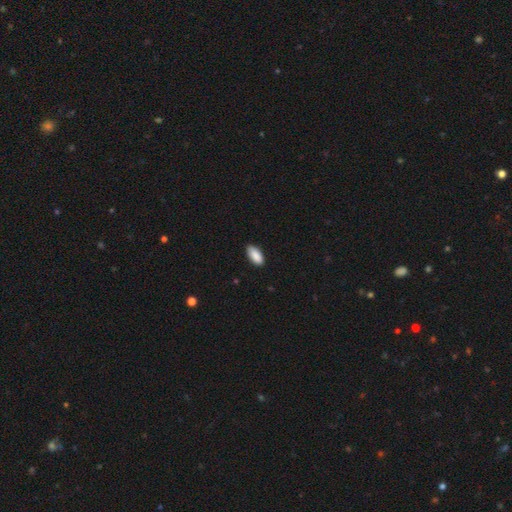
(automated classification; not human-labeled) The model was most divided on "merging": none: 86%, minor disturbance: 11%, major disturbance: 2%, merger: 1%. More confident: how rounded — in between (92%); smooth or featured — smooth (90%).